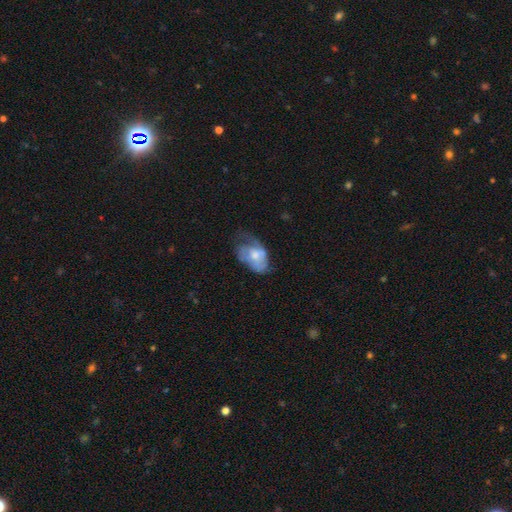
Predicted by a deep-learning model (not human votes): smooth-or-featured: smooth: 47% | featured or disk: 46% | star or artifact: 7%
  merging: major disturbance: 35% | minor disturbance: 34% | none: 29% | merger: 2%